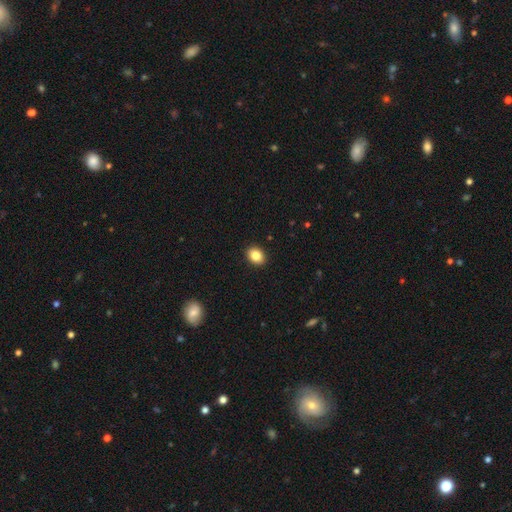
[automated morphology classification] The model was most divided on "how rounded": in between: 62%, round: 37%, cigar-shaped: 1%. More confident: merging — none (91%); smooth or featured — smooth (86%).